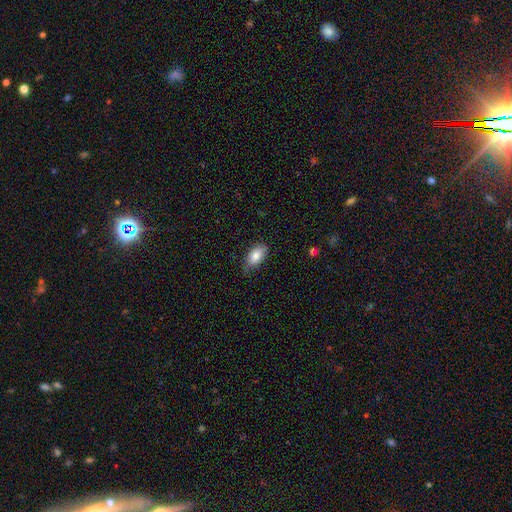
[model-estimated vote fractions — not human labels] Q: Smooth or featured?
A: smooth (82%); runner-up: featured or disk (11%)
Q: How rounded?
A: in between (93%); runner-up: round (4%)
Q: Merging?
A: none (73%); runner-up: minor disturbance (22%)